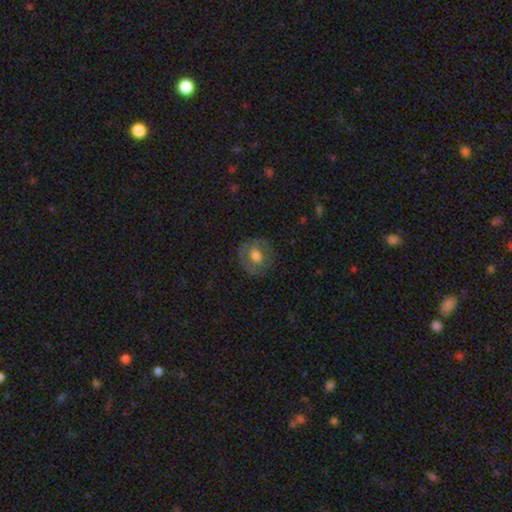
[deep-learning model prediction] smooth 55%, featured or disk 36%, star or artifact 8%. Down the decision tree: how rounded — round (72%); merging — none (78%).